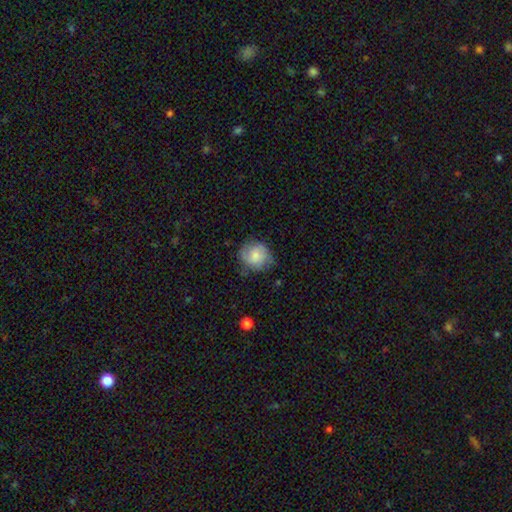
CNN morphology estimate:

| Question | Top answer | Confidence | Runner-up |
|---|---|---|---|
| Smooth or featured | smooth | 65% | featured or disk (27%) |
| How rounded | round | 79% | in between (20%) |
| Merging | none | 65% | minor disturbance (26%) |